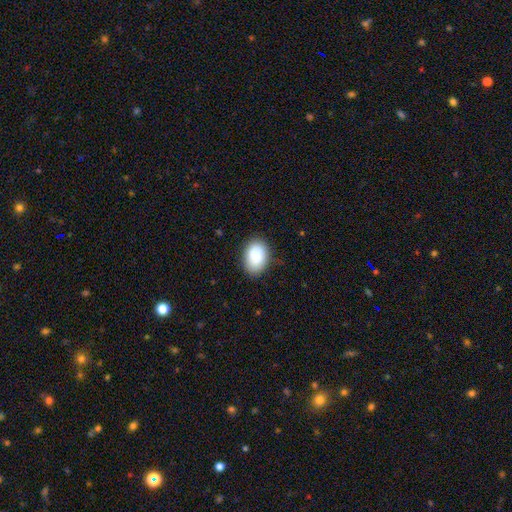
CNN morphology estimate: A smooth galaxy with no disk features (87%) that is in between round and cigar-shaped (81%).

Vote fractions:
- Smooth or featured? smooth: 87% / star or artifact: 7% / featured or disk: 6%
- How rounded? in between: 81% / round: 18% / cigar-shaped: 1%
- Merging? none: 81% / minor disturbance: 14% / major disturbance: 3% / merger: 1%